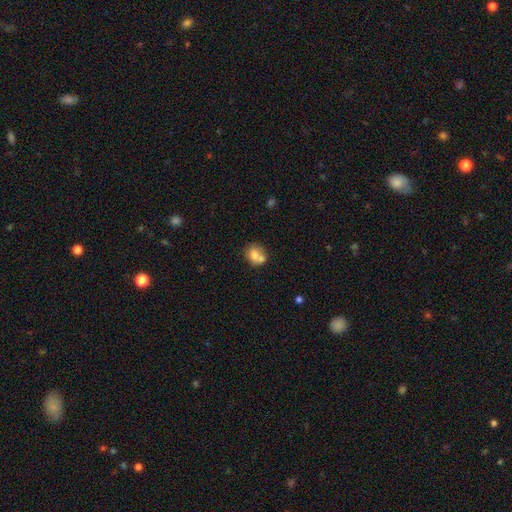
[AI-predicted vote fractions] smooth_or_featured: smooth (p=0.72) [alt: featured or disk p=0.19]
how_rounded: round (p=0.64) [alt: in between p=0.35]
merging: merger (p=0.45) [alt: none p=0.40]